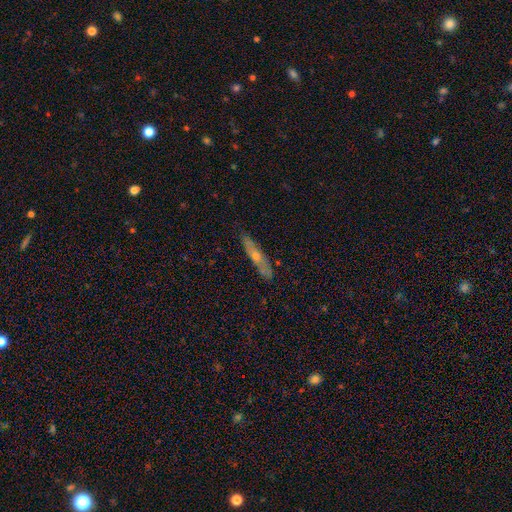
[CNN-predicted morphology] A featured or disk galaxy (55%) viewed edge-on (72%). Merging: none (83%).